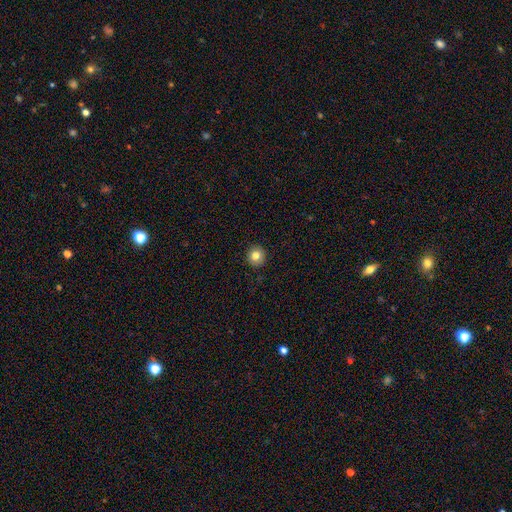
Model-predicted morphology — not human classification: smooth-or-featured: smooth: 82% | star or artifact: 10% | featured or disk: 8%
  how-rounded: round: 92% | in between: 8% | cigar-shaped: 1%
  merging: none: 92% | minor disturbance: 6% | major disturbance: 2% | merger: 1%